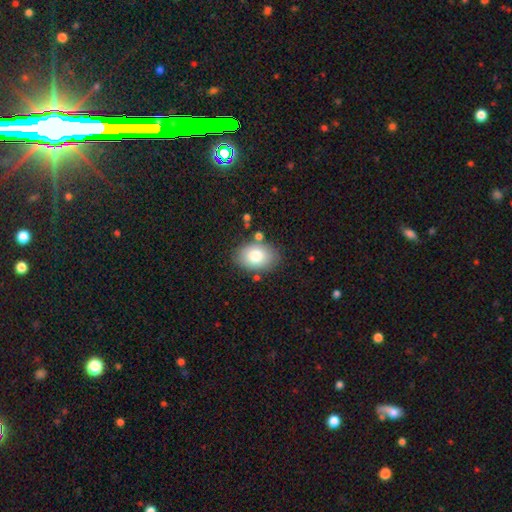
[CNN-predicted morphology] Smooth or featured? smooth (79%)
How rounded? in between (79%)
Merging? none (79%)